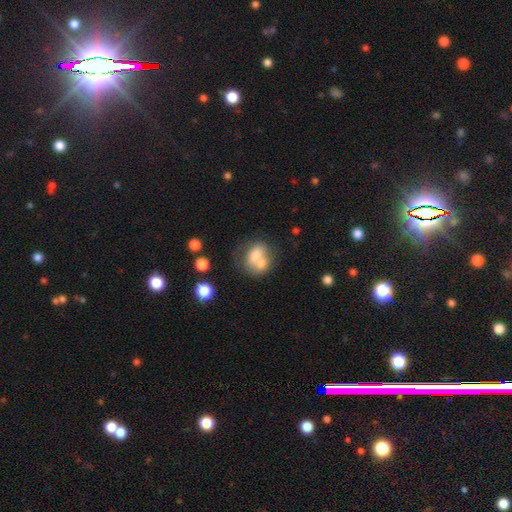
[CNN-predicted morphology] Q: Smooth or featured?
A: smooth (67%); runner-up: featured or disk (24%)
Q: How rounded?
A: in between (52%); runner-up: round (47%)
Q: Merging?
A: merger (56%); runner-up: none (27%)